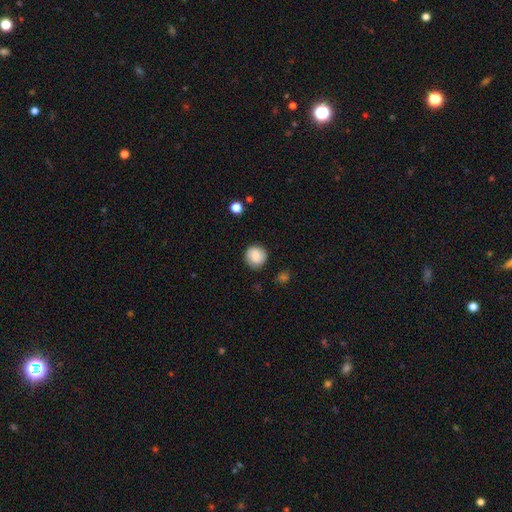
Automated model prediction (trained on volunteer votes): This is likely a smooth galaxy (77%). How rounded: clearly round (89%). Merging: clearly none (81%).